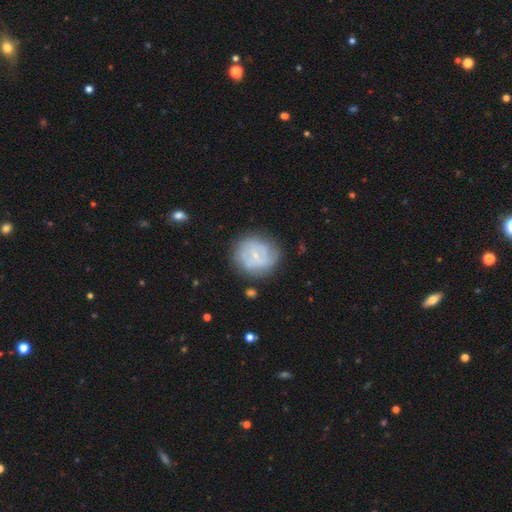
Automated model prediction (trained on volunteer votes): featured or disk 54%, smooth 39%, star or artifact 8%. Down the decision tree: edge-on disk — no (97%); bar — no (52%); spiral arms — yes (65%); bulge size — small (77%); merging — none (72%).